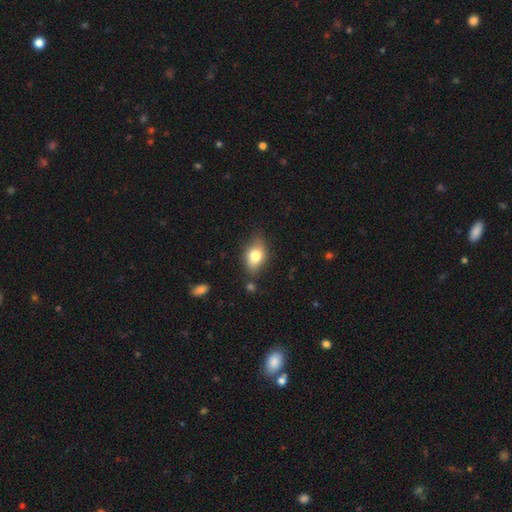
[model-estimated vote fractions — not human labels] Morphology: type=smooth (75%); roundness=in between (77%); merging=none (69%).